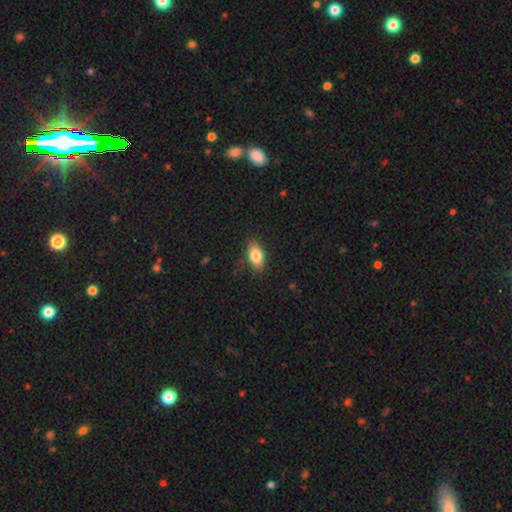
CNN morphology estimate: smooth-or-featured: smooth: 83% | featured or disk: 9% | star or artifact: 7%
  how-rounded: in between: 89% | round: 6% | cigar-shaped: 5%
  merging: none: 84% | minor disturbance: 12% | major disturbance: 3% | merger: 1%